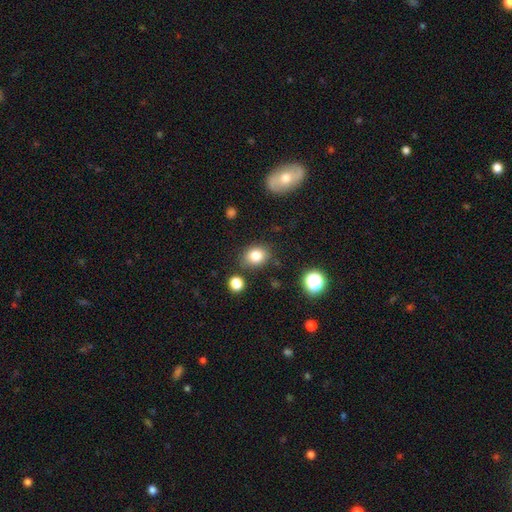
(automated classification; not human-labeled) Overall: smooth (81%). How rounded: in between (50%; round 49%). Merging: none (81%).